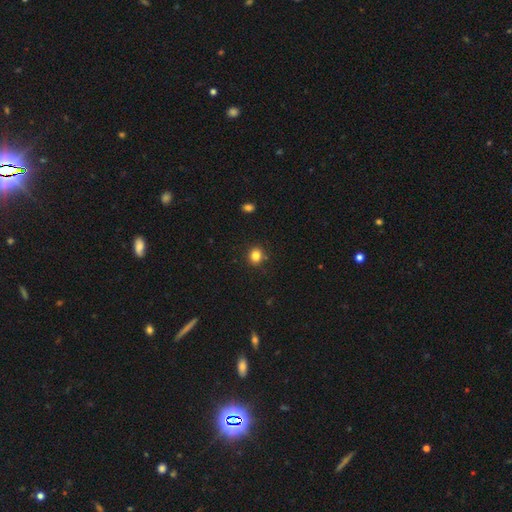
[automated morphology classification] A smooth galaxy with no disk features (83%) that is round (76%). Merging: none (87%).